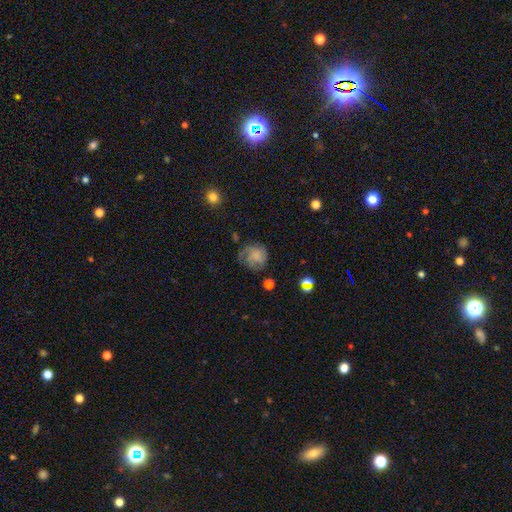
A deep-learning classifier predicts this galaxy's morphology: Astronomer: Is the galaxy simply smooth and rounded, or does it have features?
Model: smooth — 45% (runner-up: featured or disk, 43%).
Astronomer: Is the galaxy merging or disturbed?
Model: none — 52%.